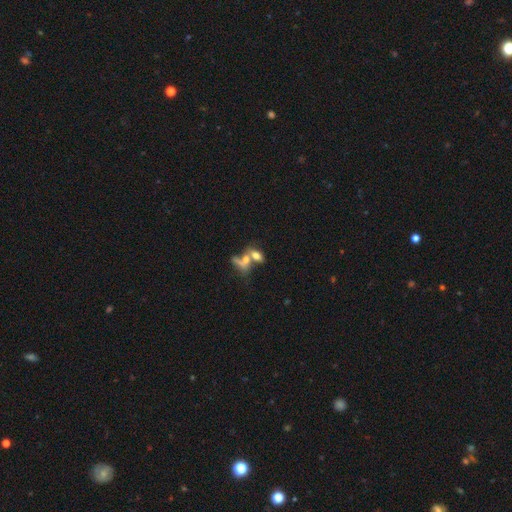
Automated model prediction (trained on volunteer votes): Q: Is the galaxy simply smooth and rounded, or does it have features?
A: smooth — 64%.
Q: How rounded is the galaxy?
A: in between — 80%.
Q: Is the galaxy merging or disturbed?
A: merger — 62%.